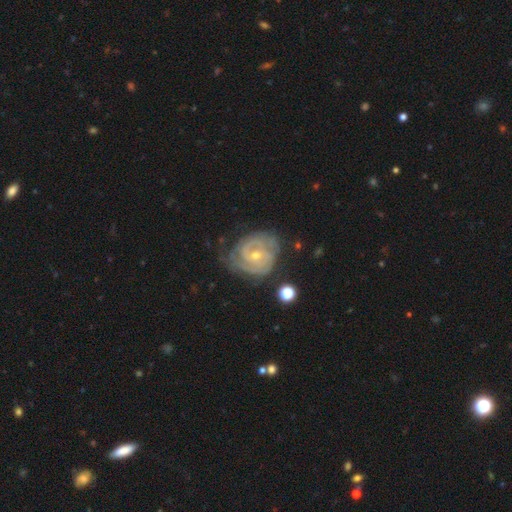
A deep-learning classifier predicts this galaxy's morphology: A featured or disk galaxy (88%) with no bar (55%), 2 (48%) tight (69%) spiral arms (97%) and a small central bulge (60%). Merging: none (67%).